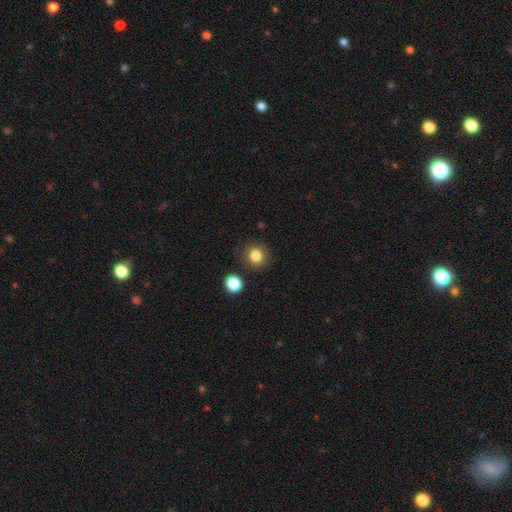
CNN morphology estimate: Smooth or featured? smooth (84%)
How rounded? round (86%)
Merging? none (86%)